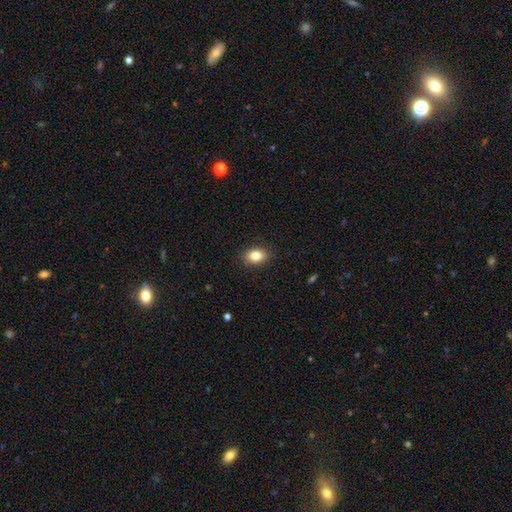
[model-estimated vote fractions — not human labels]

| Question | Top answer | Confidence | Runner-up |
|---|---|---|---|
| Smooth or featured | smooth | 84% | star or artifact (9%) |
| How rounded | in between | 79% | round (20%) |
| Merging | none | 89% | minor disturbance (8%) |